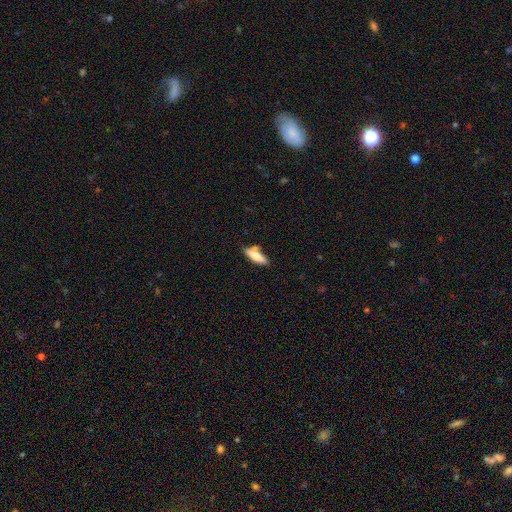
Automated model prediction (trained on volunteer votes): Overall: smooth (64%; featured or disk 30%). How rounded: cigar-shaped (50%; in between 48%). Merging: none (63%).